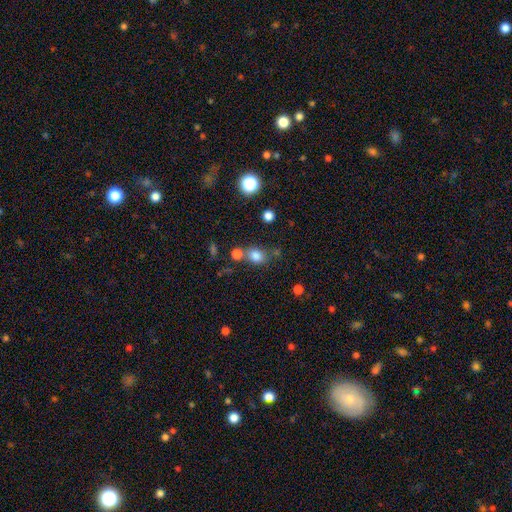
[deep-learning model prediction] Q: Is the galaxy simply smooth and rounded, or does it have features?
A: smooth — 80%.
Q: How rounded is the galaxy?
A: round — 50%.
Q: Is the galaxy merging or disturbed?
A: none — 58%.